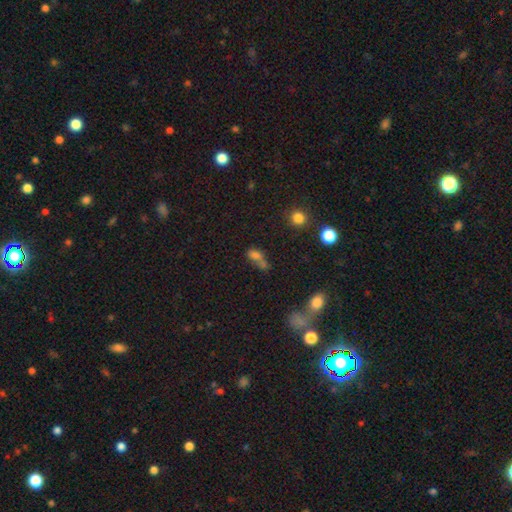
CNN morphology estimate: Smooth or featured?
  - smooth: 66% *
  - star or artifact: 20%
  - featured or disk: 13%
How rounded?
  - in between: 62% *
  - round: 32%
  - cigar-shaped: 6%
Merging?
  - merger: 47% *
  - none: 29%
  - minor disturbance: 13%
  - major disturbance: 11%